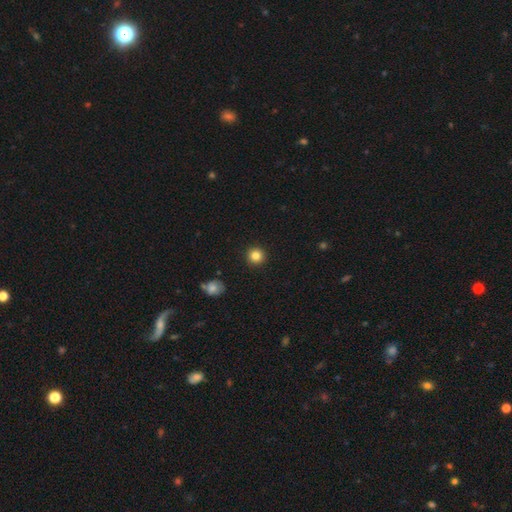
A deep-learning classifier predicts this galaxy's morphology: Q: Smooth or featured?
A: smooth (84%); runner-up: star or artifact (11%)
Q: How rounded?
A: round (95%); runner-up: in between (4%)
Q: Merging?
A: none (93%); runner-up: minor disturbance (4%)